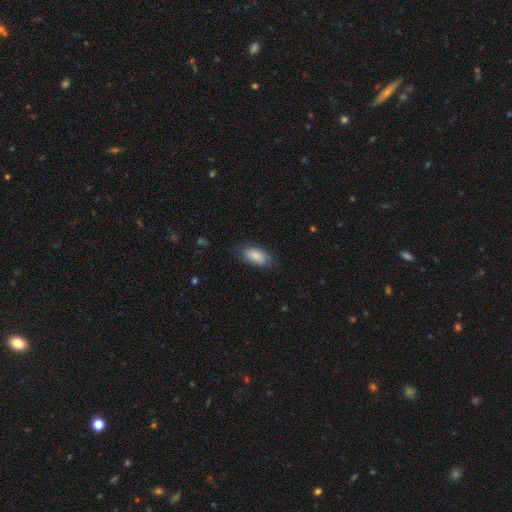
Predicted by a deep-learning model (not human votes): This appears to be a smooth galaxy with no disk features (85%) that is in between round and cigar-shaped (92%). Merging: none (76%).